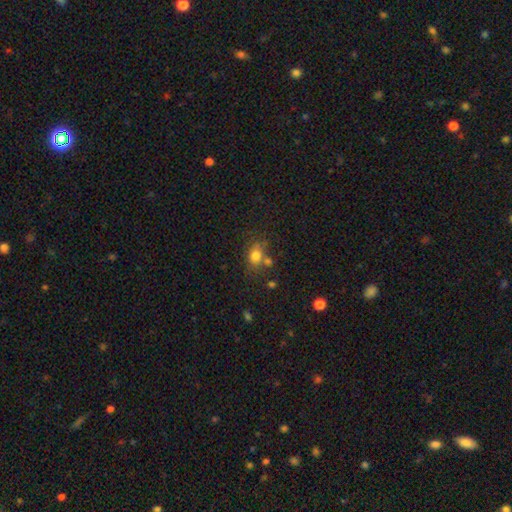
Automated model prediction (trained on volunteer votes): This appears to be a smooth galaxy with no disk features (77%) that is round (53%). Merging: none (55%).